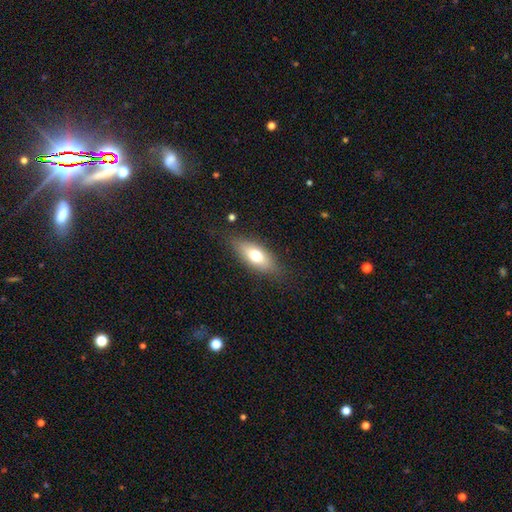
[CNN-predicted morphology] smooth_or_featured: smooth (p=0.68) [alt: featured or disk p=0.24]
how_rounded: in between (p=0.75) [alt: cigar-shaped p=0.20]
merging: none (p=0.79) [alt: minor disturbance p=0.15]